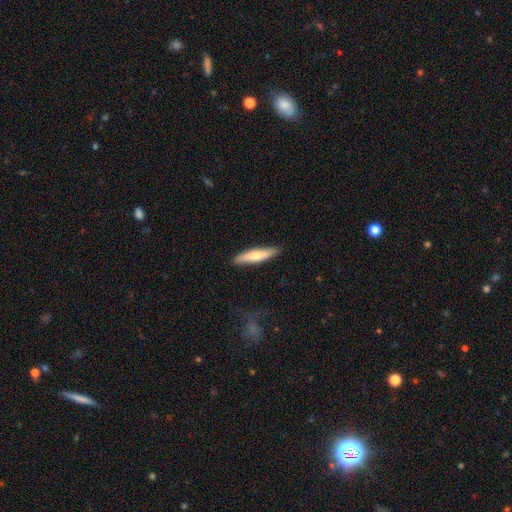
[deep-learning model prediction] A smooth galaxy with no disk features (64%) that is cigar-shaped (81%). Merging: none (86%).